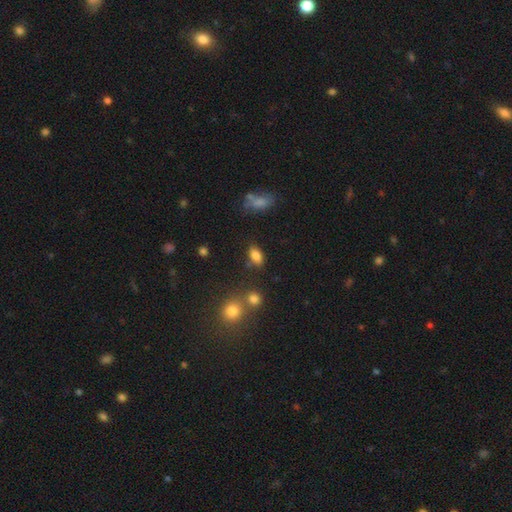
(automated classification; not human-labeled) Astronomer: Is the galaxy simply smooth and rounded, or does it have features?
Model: smooth — 83%.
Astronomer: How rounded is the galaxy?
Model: in between — 89%.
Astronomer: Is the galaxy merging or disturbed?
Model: none — 74%.